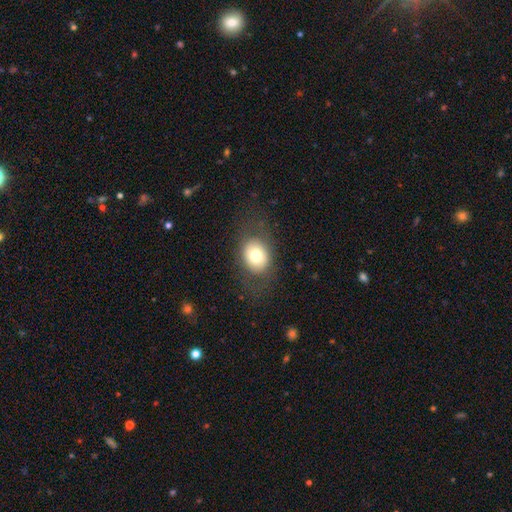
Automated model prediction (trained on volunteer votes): A smooth galaxy with no disk features (71%) that is in between round and cigar-shaped (56%).

Vote fractions:
- Smooth or featured? smooth: 71% / featured or disk: 20% / star or artifact: 9%
- How rounded? in between: 56% / round: 43% / cigar-shaped: 1%
- Merging? none: 76% / minor disturbance: 14% / major disturbance: 9% / merger: 1%